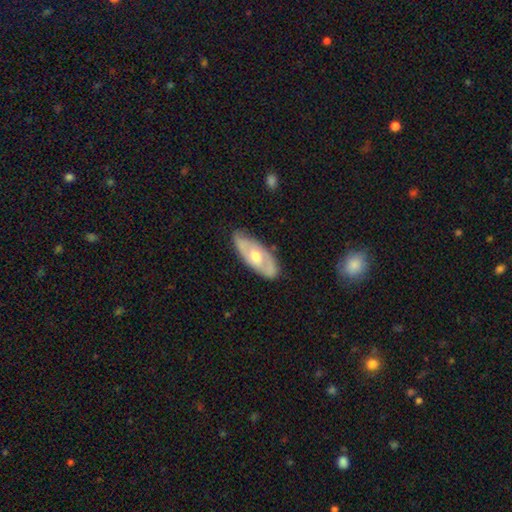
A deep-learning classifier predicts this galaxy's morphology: Overall: featured or disk (61%; smooth 34%). Edge-on disk: no (80%). Merging: none (77%).